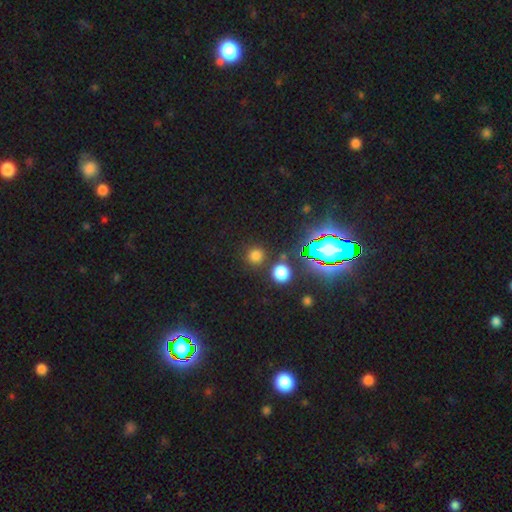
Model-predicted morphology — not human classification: Smooth or featured: smooth — 69% (star or artifact — 26%)
How rounded: round — 93% (in between — 6%)
Merging: none — 84% (minor disturbance — 7%)